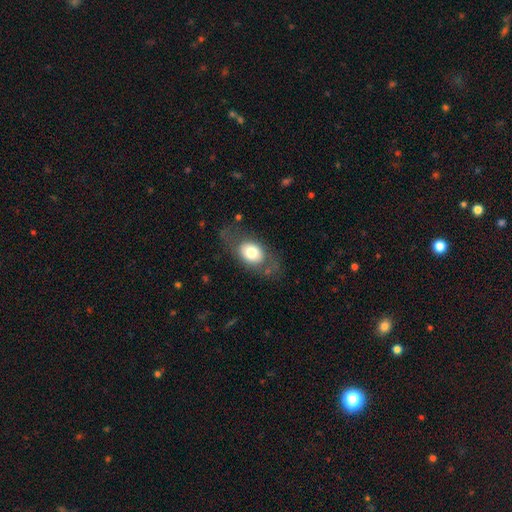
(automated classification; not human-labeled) Smooth or featured? smooth (65%)
How rounded? in between (72%)
Merging? none (68%)